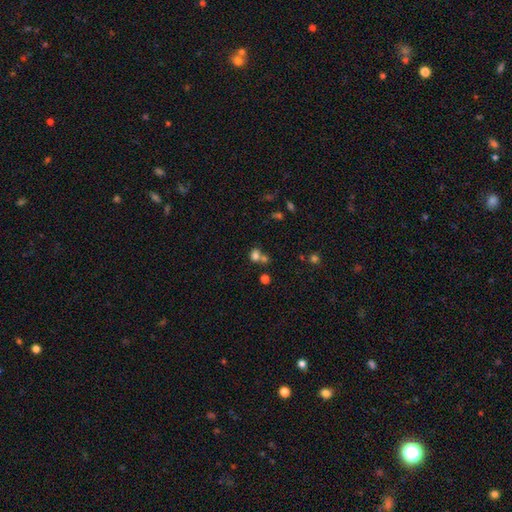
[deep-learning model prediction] A smooth galaxy with no disk features (74%) that is round (58%).

Vote fractions:
- Smooth or featured? smooth: 74% / star or artifact: 17% / featured or disk: 9%
- How rounded? round: 58% / in between: 41% / cigar-shaped: 1%
- Merging? merger: 43% / none: 42% / minor disturbance: 9% / major disturbance: 5%